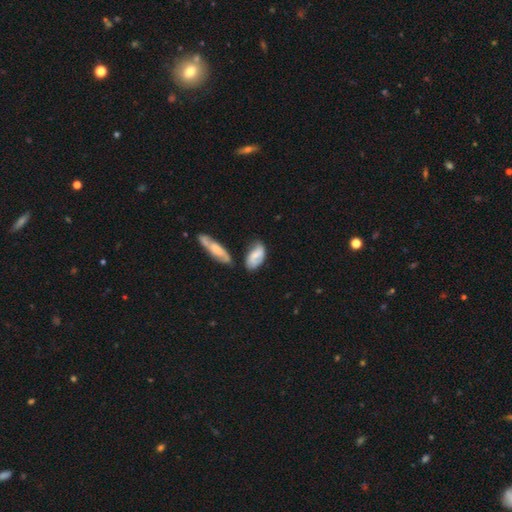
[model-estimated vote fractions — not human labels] This appears to be a smooth galaxy with no disk features (53%) that is in between round and cigar-shaped (88%). Merging: none (54%).